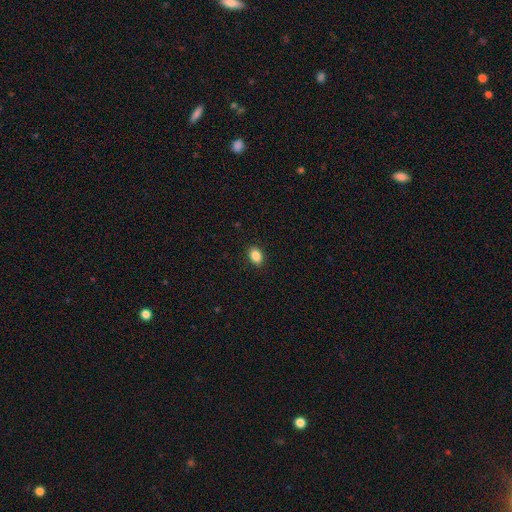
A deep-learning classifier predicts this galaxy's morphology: A smooth galaxy with no disk features (87%) that is in between round and cigar-shaped (79%). Merging: none (90%).